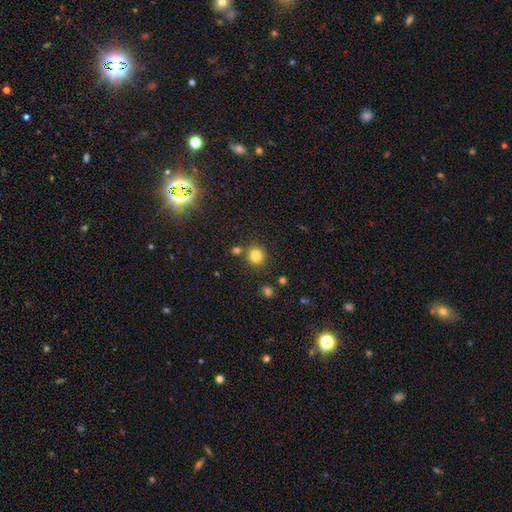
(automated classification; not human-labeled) smooth 81%, star or artifact 13%, featured or disk 6%. Down the decision tree: how rounded — round (85%); merging — none (83%).